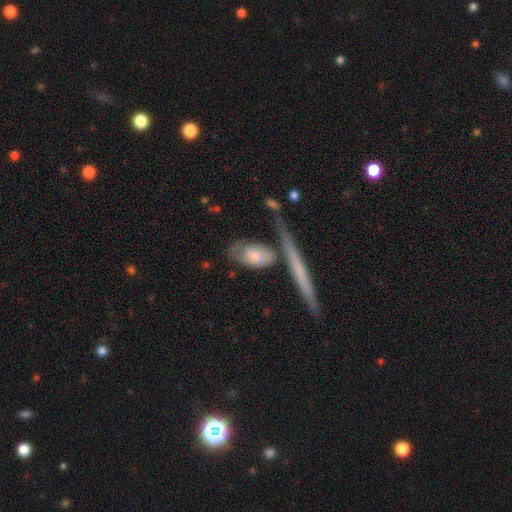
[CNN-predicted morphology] type=smooth (60%); roundness=in between (80%); merging=none (48%).